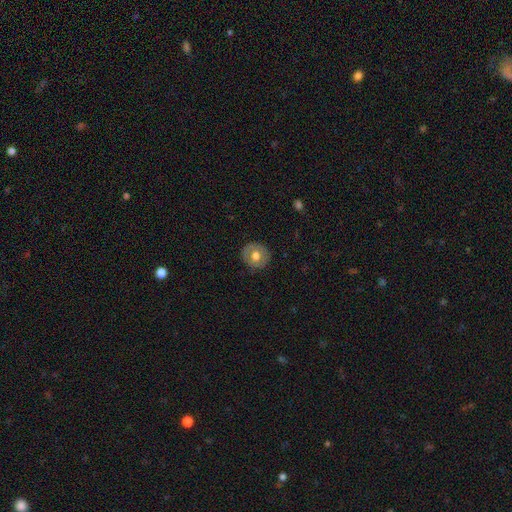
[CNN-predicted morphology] Overall: smooth (58%; featured or disk 35%). How rounded: round (88%). Merging: none (85%).